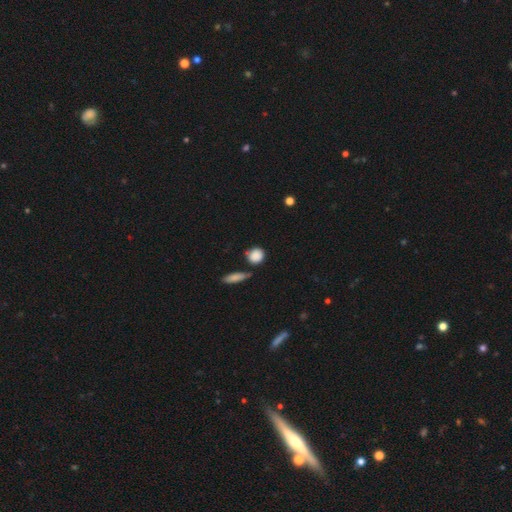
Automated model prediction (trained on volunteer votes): Q: Smooth or featured?
A: smooth (86%); runner-up: star or artifact (9%)
Q: How rounded?
A: round (80%); runner-up: in between (17%)
Q: Merging?
A: none (71%); runner-up: minor disturbance (16%)